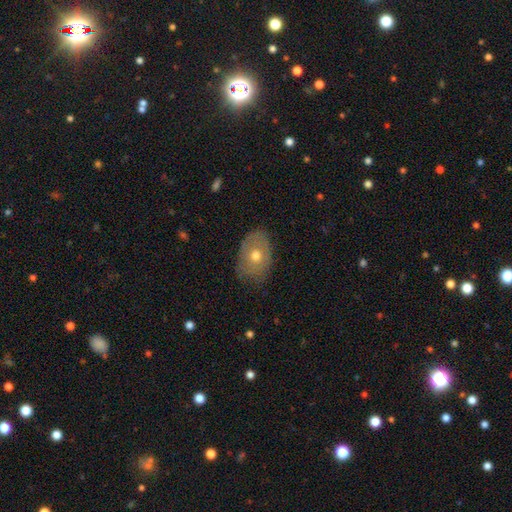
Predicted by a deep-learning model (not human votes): This appears to be a smooth galaxy with no disk features (55%) that is in between round and cigar-shaped (81%). Merging: none (75%).